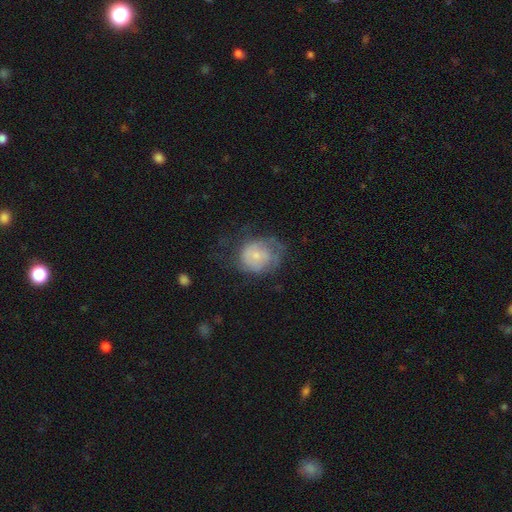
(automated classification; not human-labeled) A smooth galaxy with no disk features (48%).

Vote fractions:
- Smooth or featured? smooth: 48% / featured or disk: 44% / star or artifact: 8%
- Merging? none: 42% / minor disturbance: 29% / major disturbance: 27% / merger: 2%